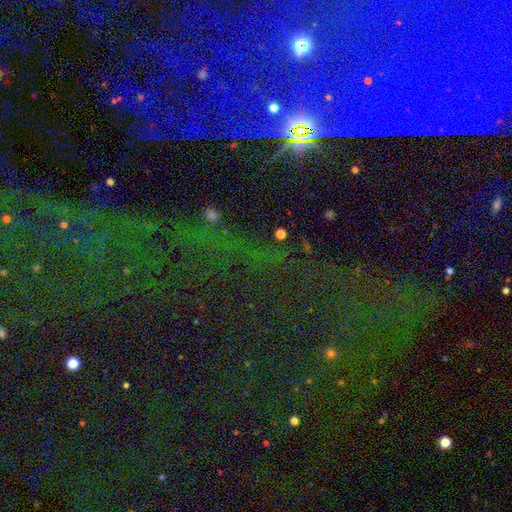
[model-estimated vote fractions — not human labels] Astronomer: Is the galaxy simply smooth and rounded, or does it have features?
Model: star or artifact — 75%.